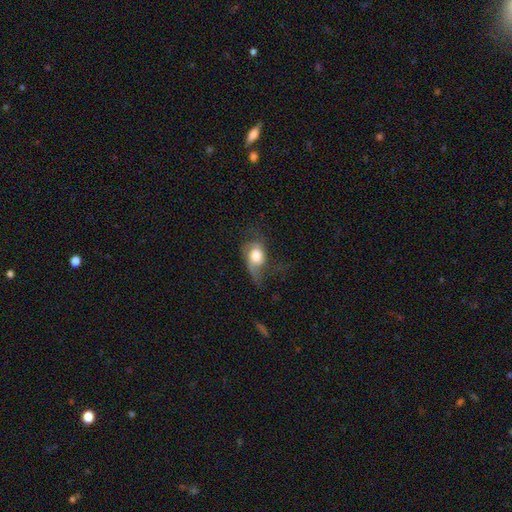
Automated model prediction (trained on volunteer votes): This appears to be a featured or disk galaxy (52%). Merging: major disturbance (42%).